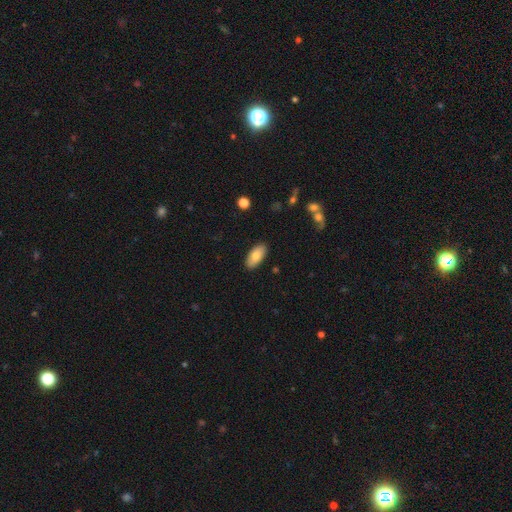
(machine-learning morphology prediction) Smooth or featured? smooth (78%)
How rounded? in between (91%)
Merging? none (89%)